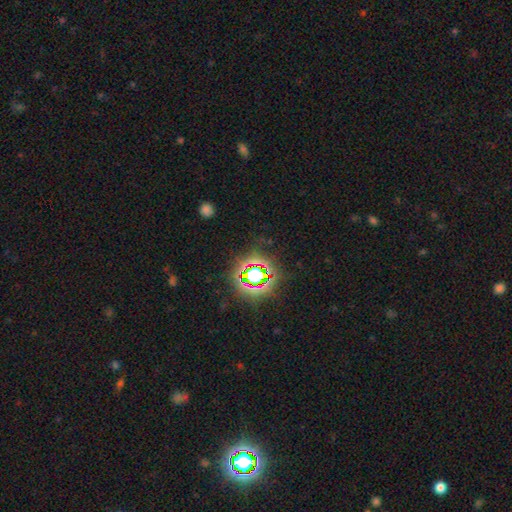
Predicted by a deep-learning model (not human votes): A star or artifact, not a galaxy (74%).